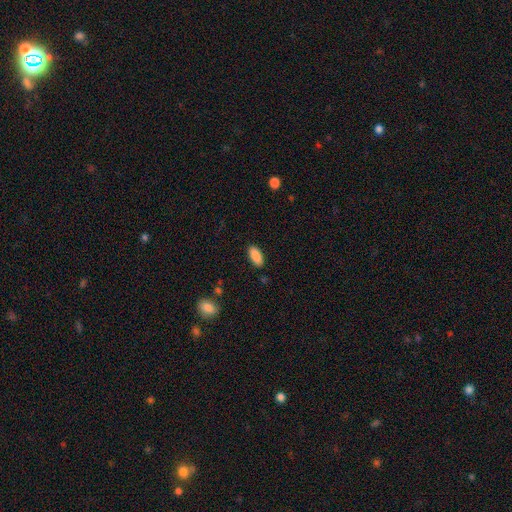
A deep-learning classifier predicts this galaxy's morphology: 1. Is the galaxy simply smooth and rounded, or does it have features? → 89% smooth, 7% star or artifact, 4% featured or disk.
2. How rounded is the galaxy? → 86% in between, 12% cigar-shaped, 2% round.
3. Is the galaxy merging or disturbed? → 88% none, 9% minor disturbance, 2% major disturbance, 1% merger.